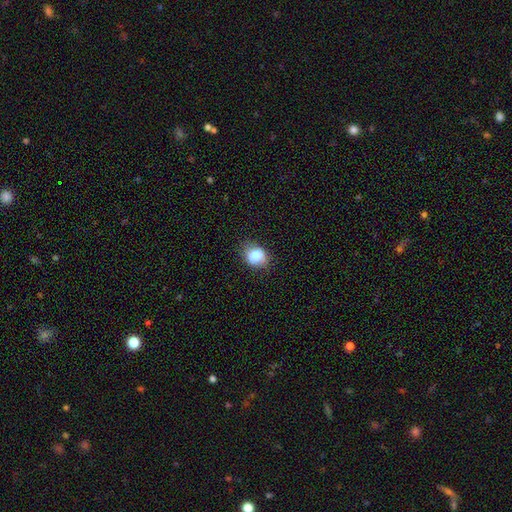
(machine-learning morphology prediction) smooth 84%, star or artifact 9%, featured or disk 8%. Down the decision tree: how rounded — in between (51%); merging — none (78%).